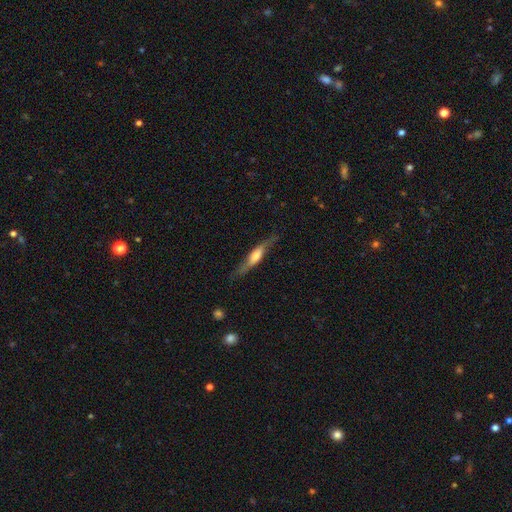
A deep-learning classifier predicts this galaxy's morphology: The model was most divided on "smooth or featured": featured or disk: 63%, smooth: 31%, star or artifact: 6%. More confident: edge-on disk — yes (78%); merging — none (73%).